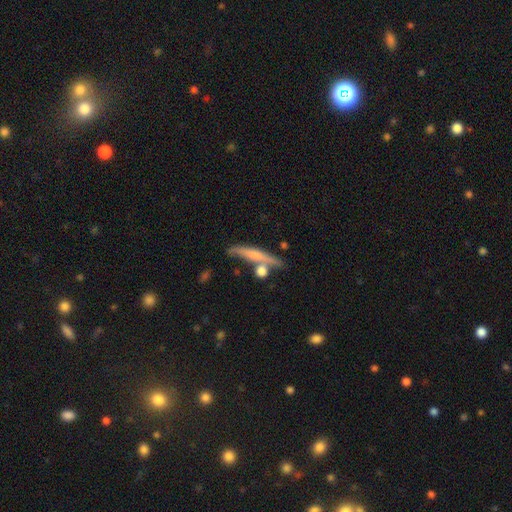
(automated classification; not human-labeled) smooth_or_featured: featured or disk (p=0.51) [alt: smooth p=0.42]
disk_edge_on: yes (p=0.92) [alt: no p=0.08]
merging: none (p=0.64) [alt: merger p=0.16]